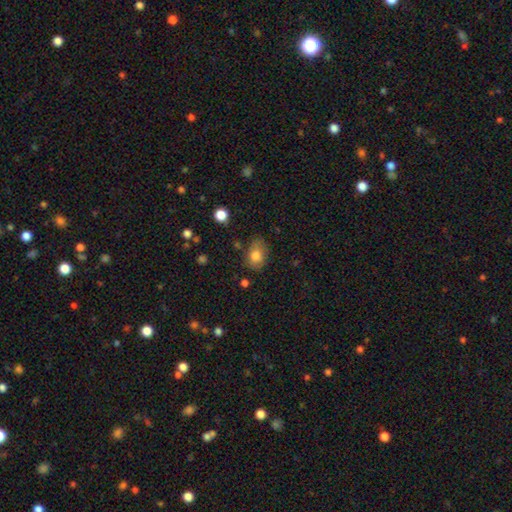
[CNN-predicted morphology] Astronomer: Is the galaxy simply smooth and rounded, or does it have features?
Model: smooth — 80%.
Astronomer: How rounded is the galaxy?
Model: in between — 71%.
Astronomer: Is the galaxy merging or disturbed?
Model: none — 65%.